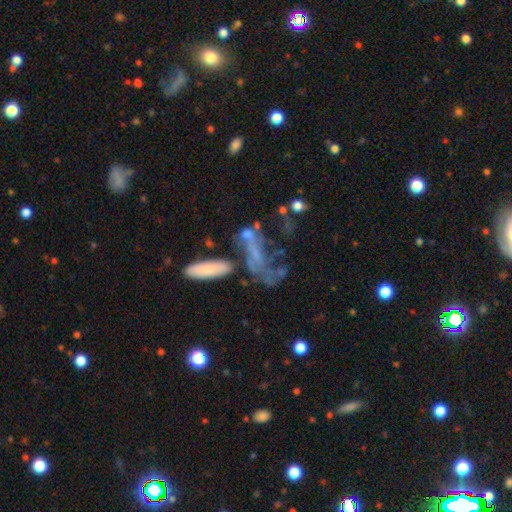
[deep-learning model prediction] A featured or disk galaxy (48%). Merging: major disturbance (32%).